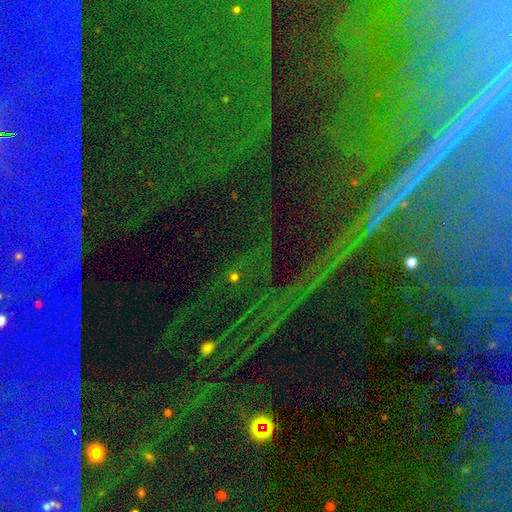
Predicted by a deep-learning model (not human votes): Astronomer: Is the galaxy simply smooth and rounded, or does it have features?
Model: star or artifact — 84%.